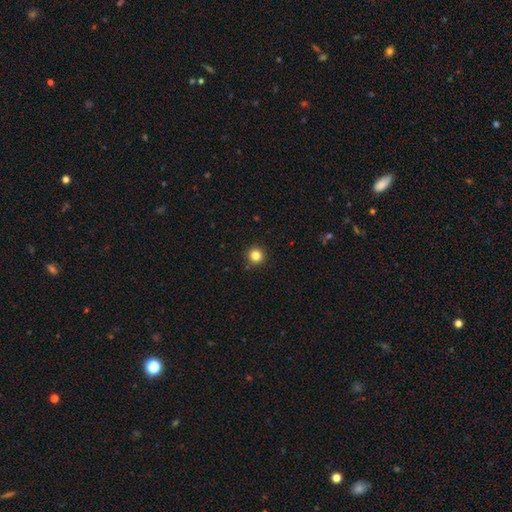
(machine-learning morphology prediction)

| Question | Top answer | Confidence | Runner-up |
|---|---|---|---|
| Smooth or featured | smooth | 83% | star or artifact (13%) |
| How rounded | round | 96% | in between (3%) |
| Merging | none | 92% | minor disturbance (5%) |